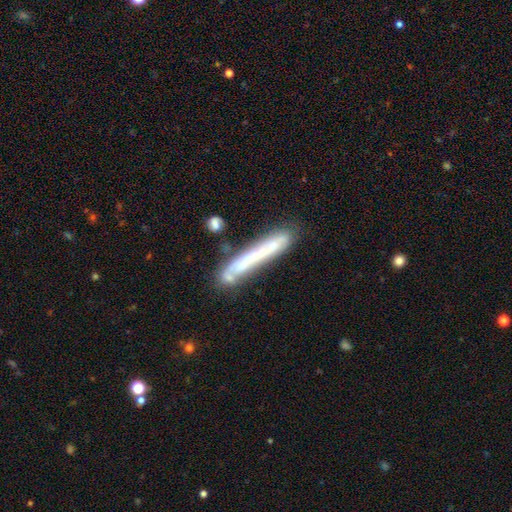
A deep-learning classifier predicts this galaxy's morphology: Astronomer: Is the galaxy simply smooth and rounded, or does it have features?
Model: featured or disk — 50% (runner-up: smooth, 42%).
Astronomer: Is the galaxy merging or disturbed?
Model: none — 68%.